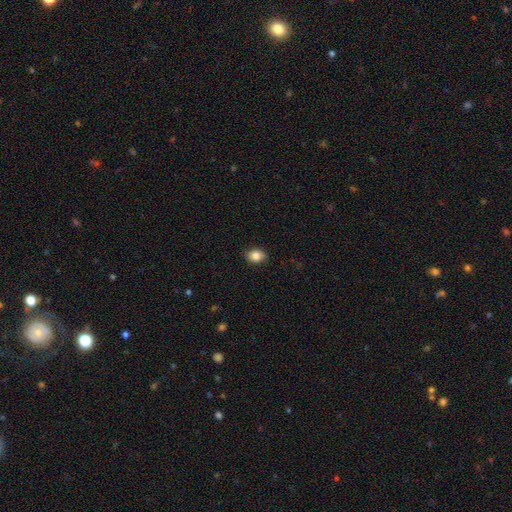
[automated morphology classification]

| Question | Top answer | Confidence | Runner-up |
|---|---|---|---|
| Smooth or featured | smooth | 84% | star or artifact (9%) |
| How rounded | in between | 61% | round (38%) |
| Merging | none | 87% | minor disturbance (10%) |